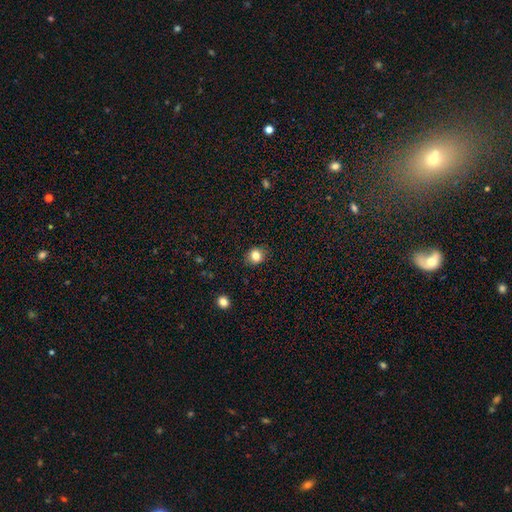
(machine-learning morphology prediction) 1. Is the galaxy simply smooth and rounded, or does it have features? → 82% smooth, 11% star or artifact, 6% featured or disk.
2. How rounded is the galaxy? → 78% round, 21% in between, 1% cigar-shaped.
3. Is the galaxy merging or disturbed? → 88% none, 9% minor disturbance, 2% major disturbance, 1% merger.